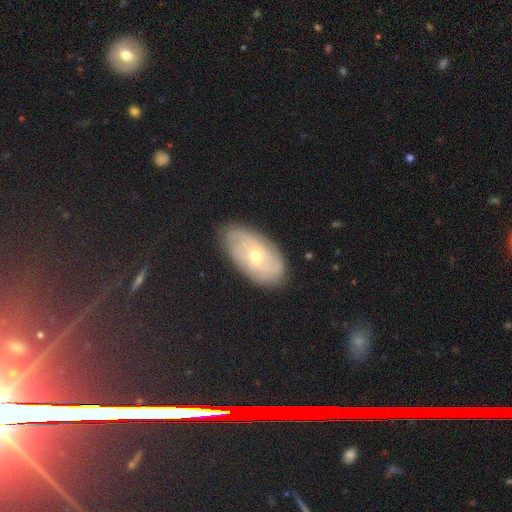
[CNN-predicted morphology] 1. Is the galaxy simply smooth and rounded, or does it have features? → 72% featured or disk, 20% smooth, 8% star or artifact.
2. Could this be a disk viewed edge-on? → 93% no, 7% yes.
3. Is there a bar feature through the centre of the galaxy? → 66% no, 28% weak, 6% strong.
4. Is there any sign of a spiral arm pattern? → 88% yes, 12% no.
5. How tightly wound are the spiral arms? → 66% tight, 25% medium, 9% loose.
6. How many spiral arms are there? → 45% can't tell, 25% 2, 14% 3, 7% 4, 5% more than 4, 5% 1.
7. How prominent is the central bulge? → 56% moderate, 40% small, 2% large, 1% none, 1% dominant.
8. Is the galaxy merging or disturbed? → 83% none, 12% minor disturbance, 3% major disturbance, 1% merger.